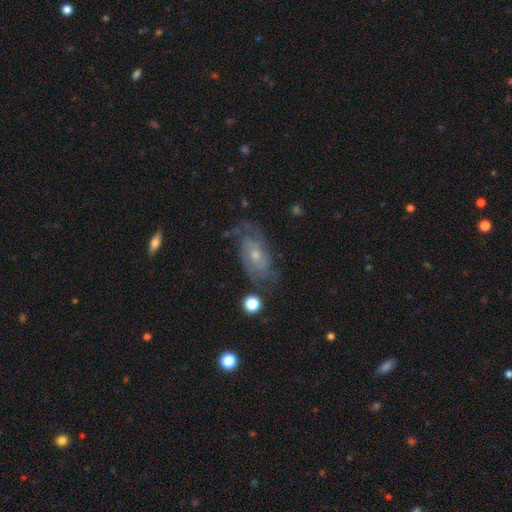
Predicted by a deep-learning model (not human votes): Smooth or featured? featured or disk (78%)
Edge-on disk? no (94%)
Bar? no (67%)
Spiral arms? yes (93%)
Spiral winding? tight (47%)
Spiral arm count? 2 (52%)
Bulge size? small (56%)
Merging? none (70%)